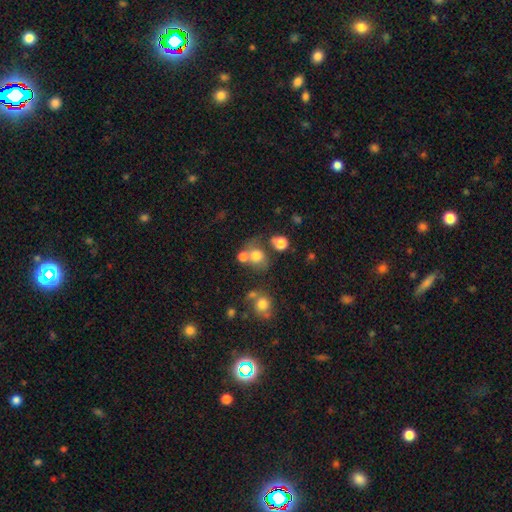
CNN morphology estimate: A smooth galaxy with no disk features (71%) that is round (74%). Merging: none (44%).